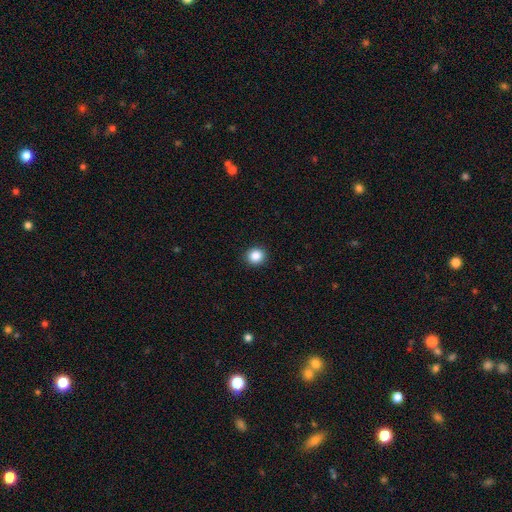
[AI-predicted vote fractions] Smooth or featured?
  - smooth: 86% *
  - star or artifact: 10%
  - featured or disk: 4%
How rounded?
  - round: 88% *
  - in between: 11%
  - cigar-shaped: 1%
Merging?
  - none: 92% *
  - minor disturbance: 5%
  - major disturbance: 2%
  - merger: 1%